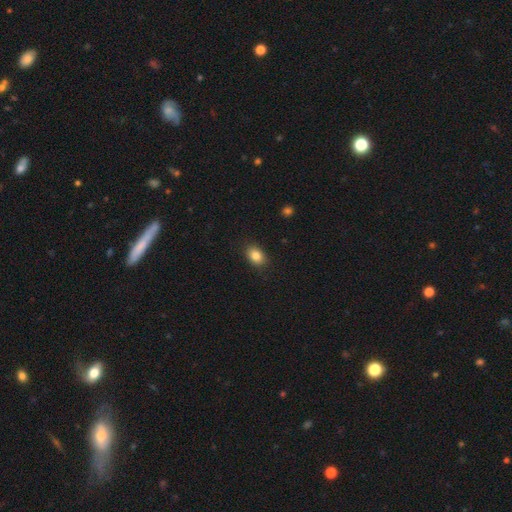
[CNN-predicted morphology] smooth-or-featured: smooth: 85% | star or artifact: 9% | featured or disk: 6%
  how-rounded: in between: 75% | round: 23% | cigar-shaped: 1%
  merging: none: 87% | minor disturbance: 9% | major disturbance: 2% | merger: 1%